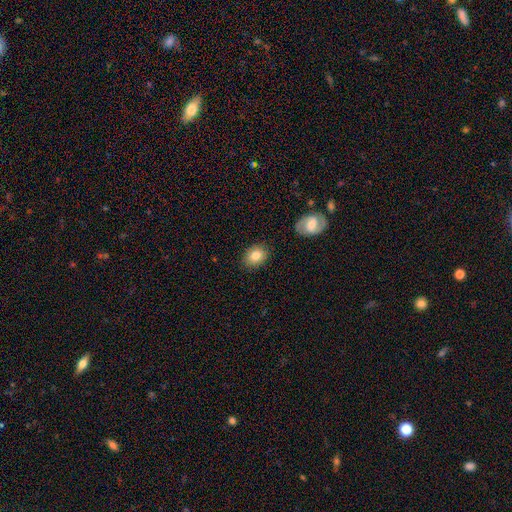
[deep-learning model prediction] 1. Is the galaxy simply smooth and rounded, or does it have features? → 82% smooth, 10% featured or disk, 8% star or artifact.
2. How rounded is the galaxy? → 64% in between, 35% round, 1% cigar-shaped.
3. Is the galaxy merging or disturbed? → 85% none, 11% minor disturbance, 2% major disturbance, 2% merger.